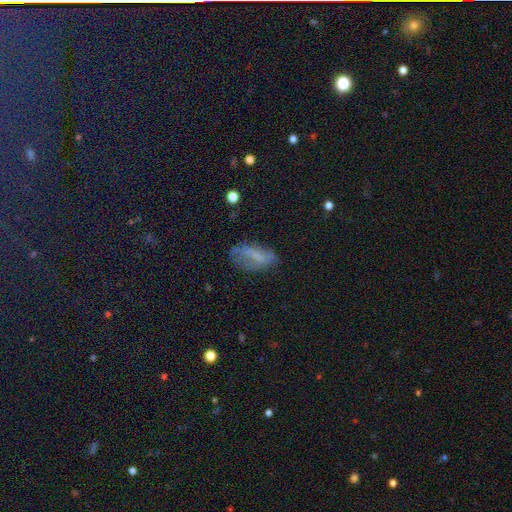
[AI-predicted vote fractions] Overall: smooth (55%; featured or disk 32%). How rounded: in between (79%). Merging: none (55%; minor disturbance 27%).